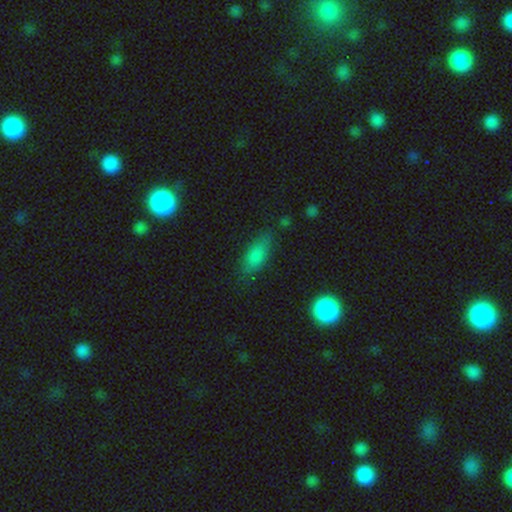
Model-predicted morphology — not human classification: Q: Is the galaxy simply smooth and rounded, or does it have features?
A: smooth — 81%.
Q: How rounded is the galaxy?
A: in between — 78%.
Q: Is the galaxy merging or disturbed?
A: none — 70%.